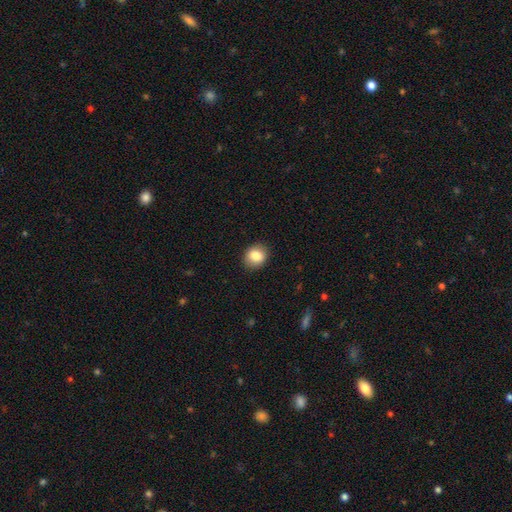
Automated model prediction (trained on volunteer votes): Smooth or featured? smooth (84%)
How rounded? round (62%)
Merging? none (89%)